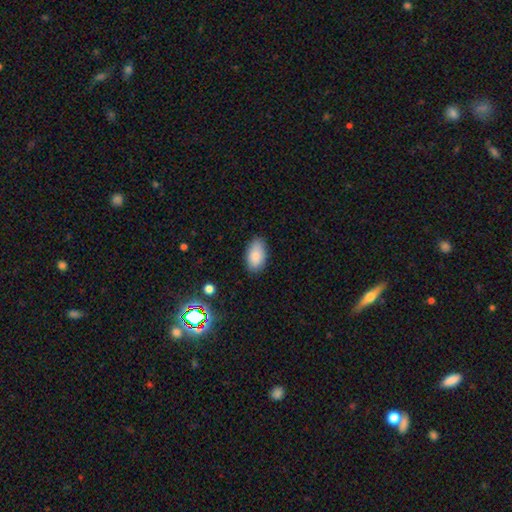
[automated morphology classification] smooth 87%, star or artifact 7%, featured or disk 6%. Down the decision tree: how rounded — in between (94%); merging — none (84%).